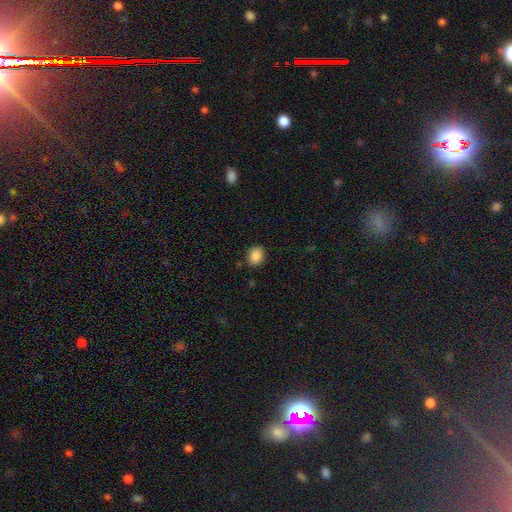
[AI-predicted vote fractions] smooth-or-featured: smooth: 87% | star or artifact: 9% | featured or disk: 4%
  how-rounded: round: 52% | in between: 47% | cigar-shaped: 1%
  merging: none: 86% | minor disturbance: 10% | major disturbance: 2% | merger: 2%